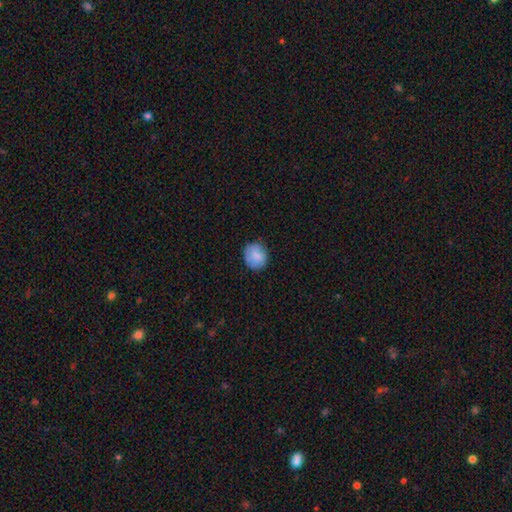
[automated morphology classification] Smooth or featured? Predicted: smooth (p=0.82). How rounded? Predicted: round (p=0.74). Merging? Predicted: none (p=0.78).